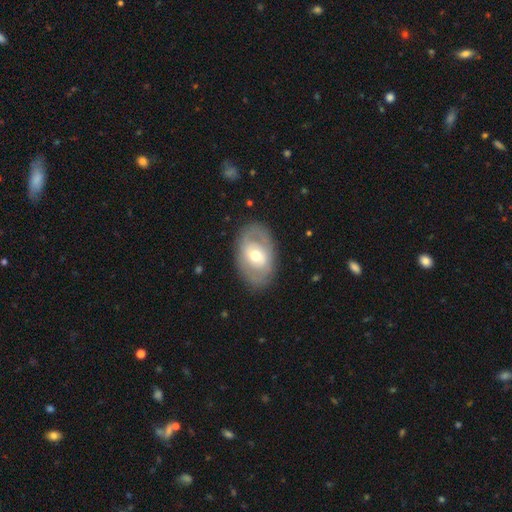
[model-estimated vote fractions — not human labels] Morphology: type=featured or disk (57%); edge-on=no (91%); bar=no (50%); spiral arms=no (64%); bulge=moderate (71%); merging=none (80%).